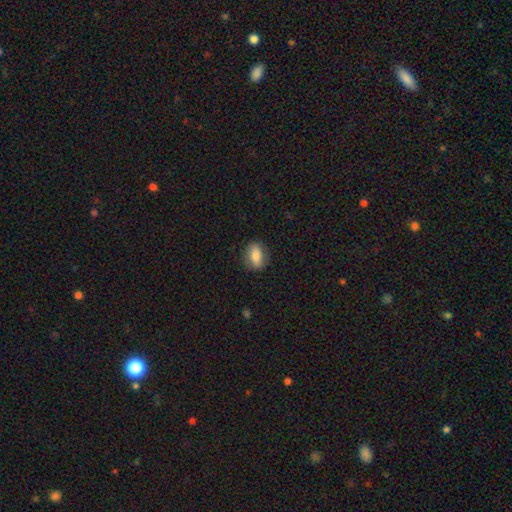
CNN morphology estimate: This appears to be a smooth galaxy with no disk features (68%) that is in between round and cigar-shaped (70%). Merging: none (84%).